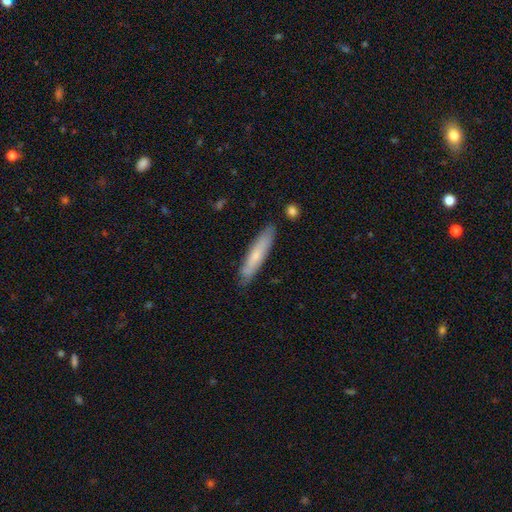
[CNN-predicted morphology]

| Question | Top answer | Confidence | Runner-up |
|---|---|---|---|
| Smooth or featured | smooth | 61% | featured or disk (33%) |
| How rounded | cigar-shaped | 88% | in between (11%) |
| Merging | none | 82% | minor disturbance (13%) |